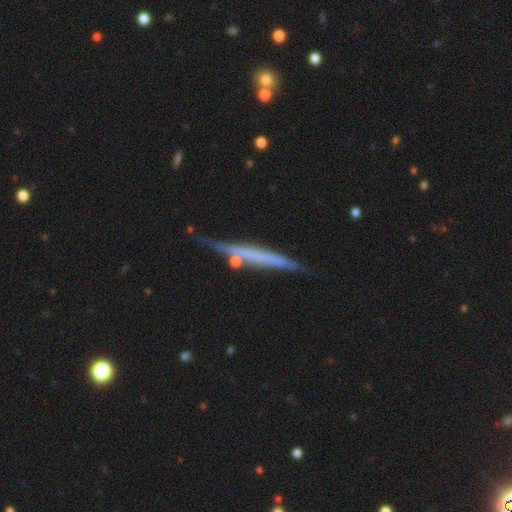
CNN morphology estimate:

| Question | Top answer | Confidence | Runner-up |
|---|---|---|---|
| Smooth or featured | featured or disk | 59% | smooth (34%) |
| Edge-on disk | yes | 94% | no (6%) |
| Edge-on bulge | none | 82% | rounded (11%) |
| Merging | none | 73% | minor disturbance (17%) |